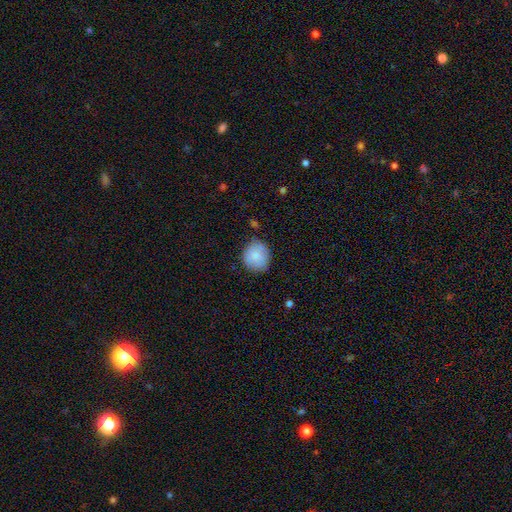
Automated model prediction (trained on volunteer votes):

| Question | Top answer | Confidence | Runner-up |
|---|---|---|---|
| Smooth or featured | smooth | 83% | featured or disk (11%) |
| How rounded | round | 78% | in between (21%) |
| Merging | none | 75% | minor disturbance (19%) |